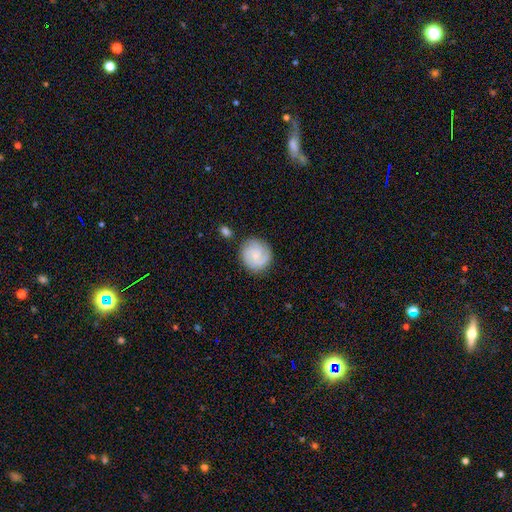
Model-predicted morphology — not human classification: smooth_or_featured: featured or disk (p=0.52) [alt: smooth p=0.41]
disk_edge_on: no (p=0.98) [alt: yes p=0.02]
bar: no (p=0.71) [alt: weak p=0.26]
has_spiral_arms: yes (p=0.92) [alt: no p=0.08]
bulge_size: small (p=0.66) [alt: moderate p=0.20]
merging: none (p=0.78) [alt: minor disturbance p=0.14]